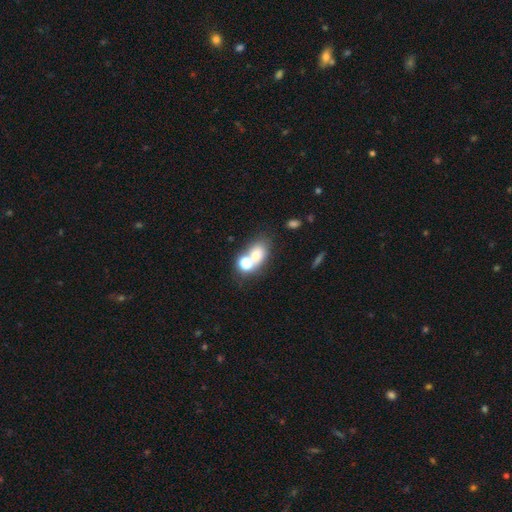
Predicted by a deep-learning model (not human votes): This is likely a smooth galaxy (69%). How rounded: possibly in between (60%). Merging: marginally merger (43%).